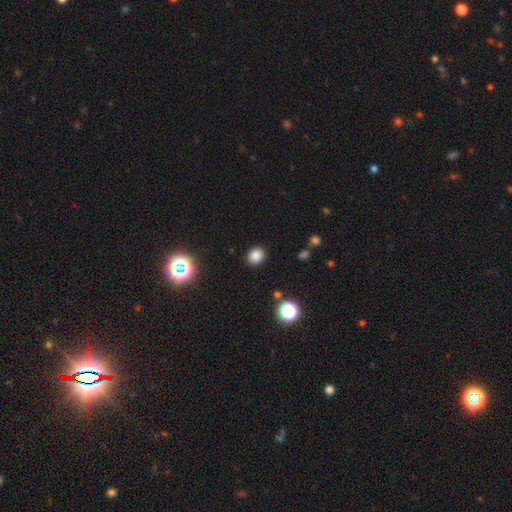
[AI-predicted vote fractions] Morphology: type=smooth (82%); roundness=round (69%); merging=none (90%).